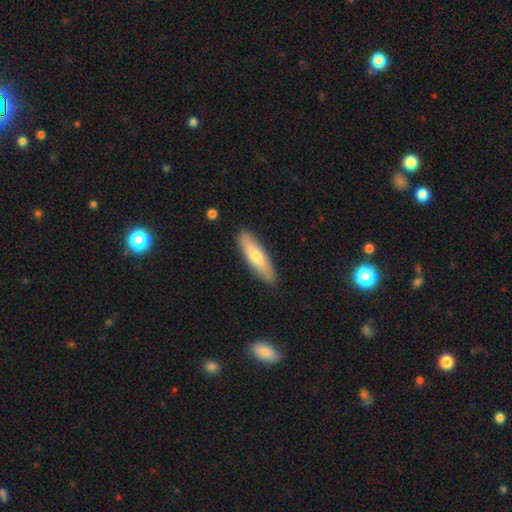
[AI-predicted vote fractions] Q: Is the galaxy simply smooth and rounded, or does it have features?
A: smooth — 63%.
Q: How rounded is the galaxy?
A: cigar-shaped — 68%.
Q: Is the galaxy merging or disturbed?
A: none — 88%.